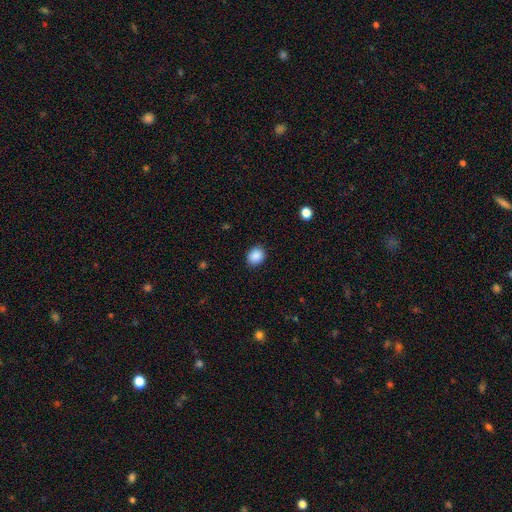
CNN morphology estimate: Smooth or featured? smooth (89%)
How rounded? round (59%)
Merging? none (88%)